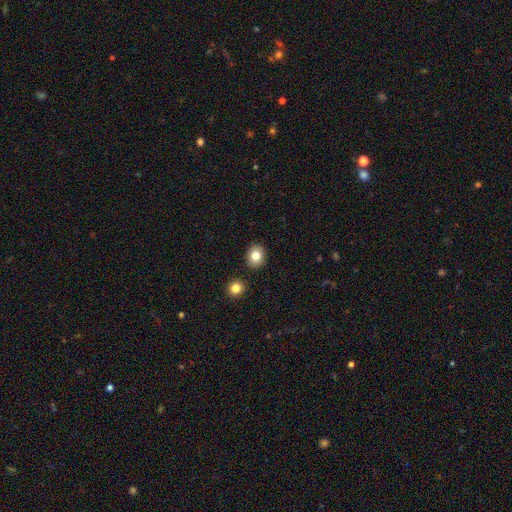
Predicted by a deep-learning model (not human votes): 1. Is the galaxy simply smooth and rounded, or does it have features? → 82% smooth, 10% star or artifact, 8% featured or disk.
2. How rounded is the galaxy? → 65% round, 34% in between, 1% cigar-shaped.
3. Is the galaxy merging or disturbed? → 88% none, 7% minor disturbance, 3% merger, 2% major disturbance.